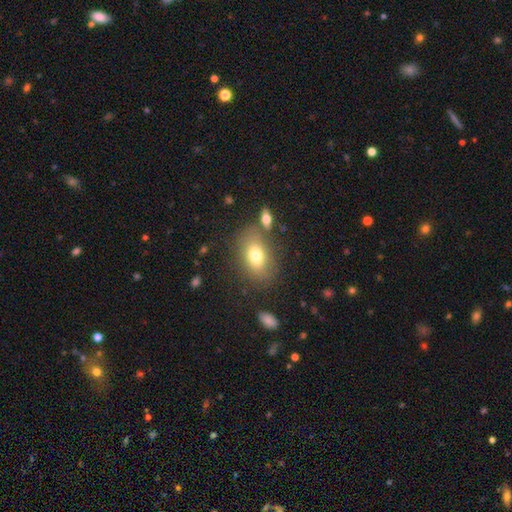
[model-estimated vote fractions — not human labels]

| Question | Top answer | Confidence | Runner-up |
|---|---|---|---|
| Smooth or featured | smooth | 74% | featured or disk (16%) |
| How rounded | in between | 80% | round (18%) |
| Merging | none | 71% | minor disturbance (13%) |